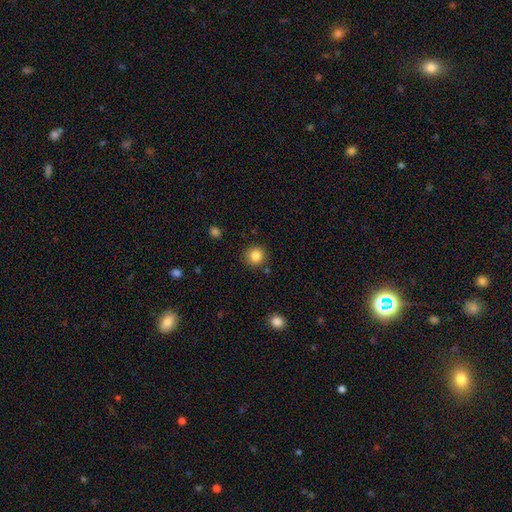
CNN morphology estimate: This is clearly a smooth galaxy (85%). How rounded: clearly round (92%). Merging: clearly none (86%).